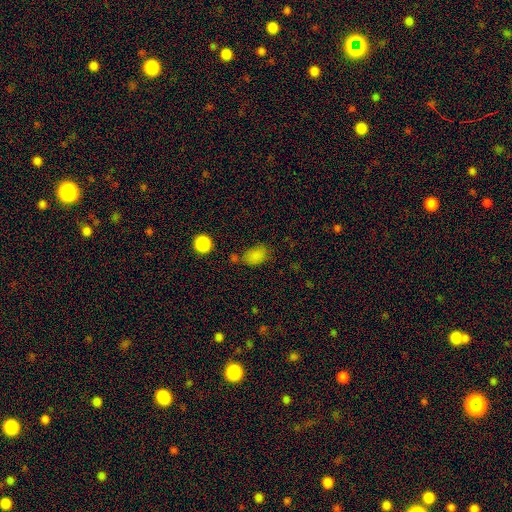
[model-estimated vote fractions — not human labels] Q: Smooth or featured?
A: smooth (80%); runner-up: star or artifact (14%)
Q: How rounded?
A: in between (81%); runner-up: round (17%)
Q: Merging?
A: none (59%); runner-up: minor disturbance (22%)